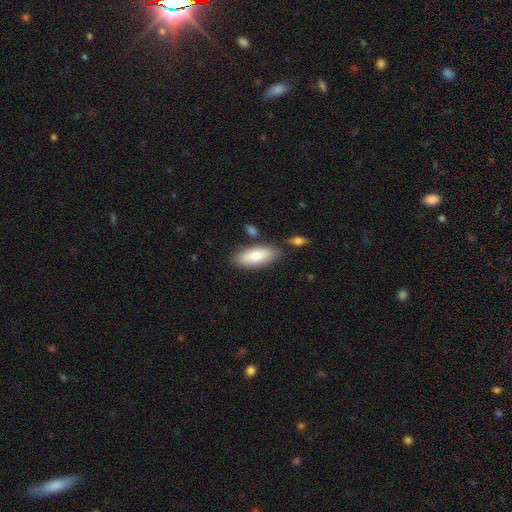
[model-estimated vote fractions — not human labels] This is likely a smooth galaxy (78%). How rounded: clearly in between (81%). Merging: likely none (78%).